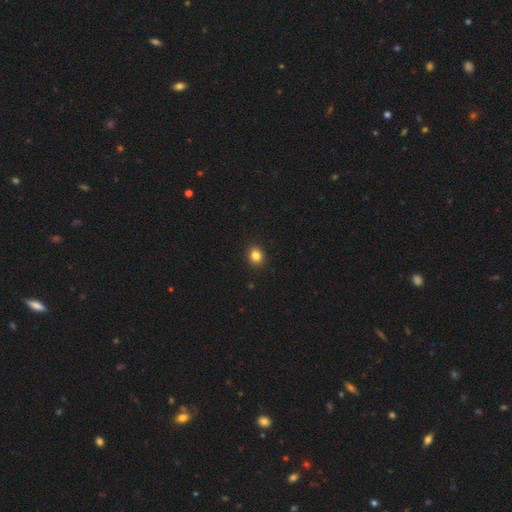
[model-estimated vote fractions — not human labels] Smooth or featured? smooth (84%)
How rounded? round (64%)
Merging? none (91%)